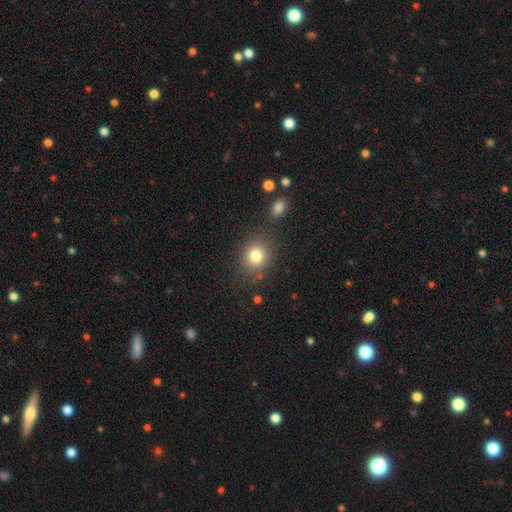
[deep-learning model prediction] smooth-or-featured: smooth: 81% | star or artifact: 11% | featured or disk: 8%
  how-rounded: round: 74% | in between: 25% | cigar-shaped: 1%
  merging: none: 79% | minor disturbance: 11% | merger: 5% | major disturbance: 4%